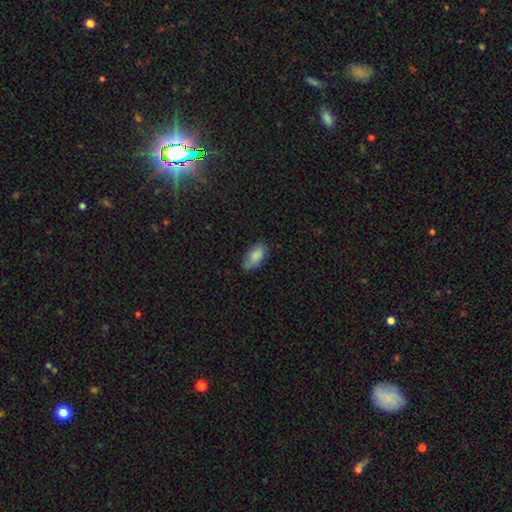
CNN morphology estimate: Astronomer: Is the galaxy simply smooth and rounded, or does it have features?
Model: smooth — 86%.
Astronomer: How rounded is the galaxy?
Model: in between — 92%.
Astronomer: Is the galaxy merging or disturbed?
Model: none — 72%.